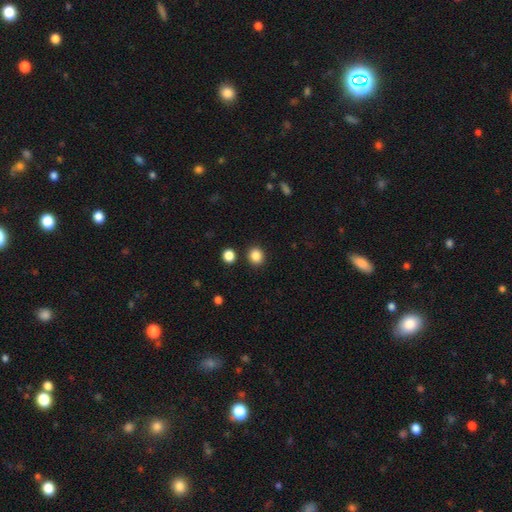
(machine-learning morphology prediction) Smooth or featured? smooth (86%)
How rounded? round (82%)
Merging? none (88%)